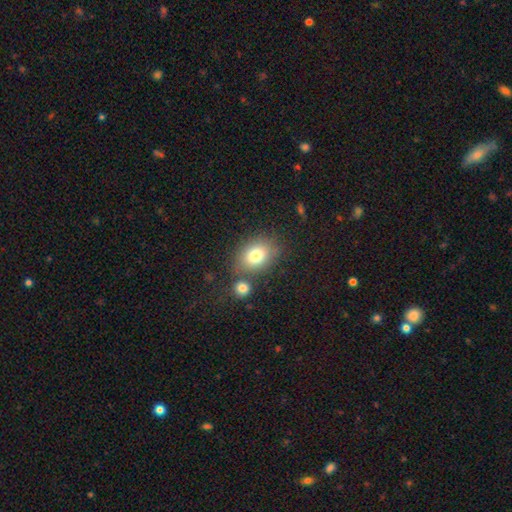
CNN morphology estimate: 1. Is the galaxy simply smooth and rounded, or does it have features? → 78% smooth, 12% featured or disk, 10% star or artifact.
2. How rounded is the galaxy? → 72% in between, 27% round, 1% cigar-shaped.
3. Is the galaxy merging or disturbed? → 66% none, 16% merger, 13% minor disturbance, 5% major disturbance.